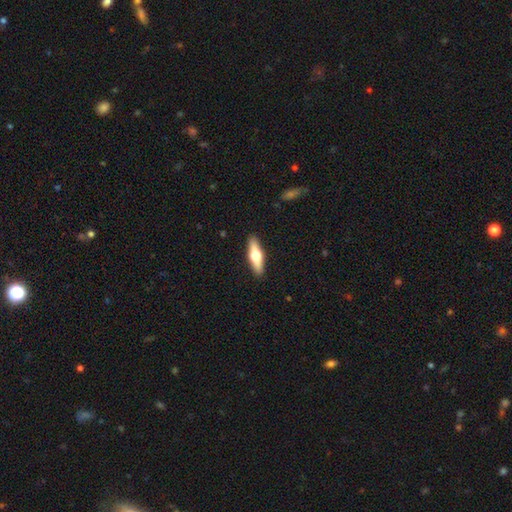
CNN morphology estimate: smooth_or_featured: smooth (p=0.48) [alt: featured or disk p=0.47]
merging: none (p=0.91) [alt: minor disturbance p=0.07]